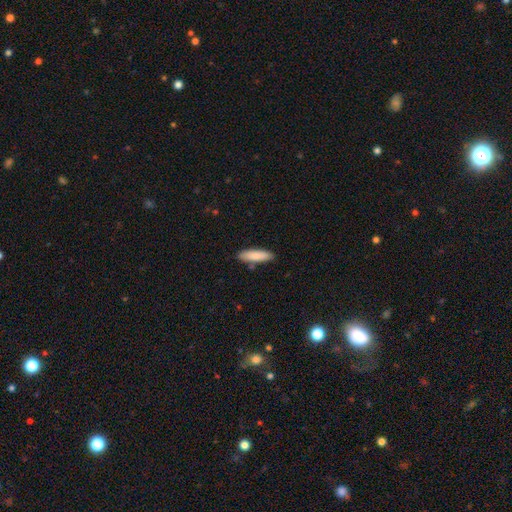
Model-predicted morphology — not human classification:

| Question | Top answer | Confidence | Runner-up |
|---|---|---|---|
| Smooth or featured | smooth | 86% | featured or disk (8%) |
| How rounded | cigar-shaped | 62% | in between (36%) |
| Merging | none | 83% | minor disturbance (11%) |